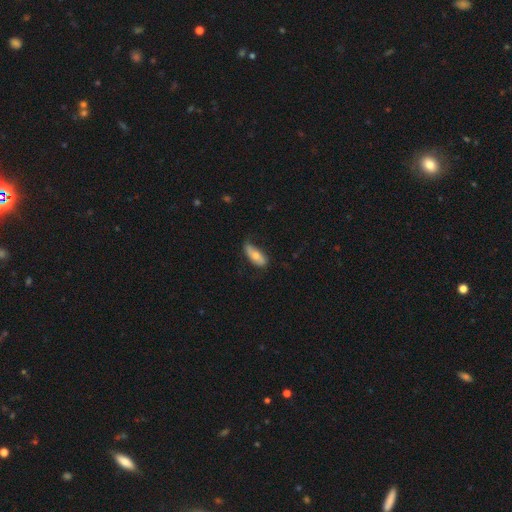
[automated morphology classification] This is likely a smooth galaxy (67%). How rounded: likely in between (74%). Merging: likely none (62%).